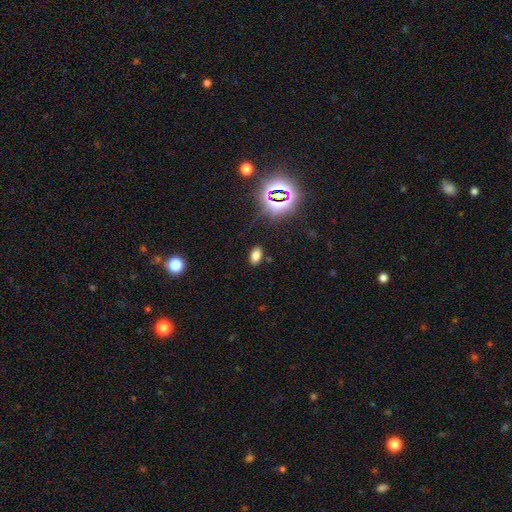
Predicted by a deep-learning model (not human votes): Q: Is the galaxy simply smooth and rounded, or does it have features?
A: smooth — 73%.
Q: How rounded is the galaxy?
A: in between — 91%.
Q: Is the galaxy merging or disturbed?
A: none — 86%.